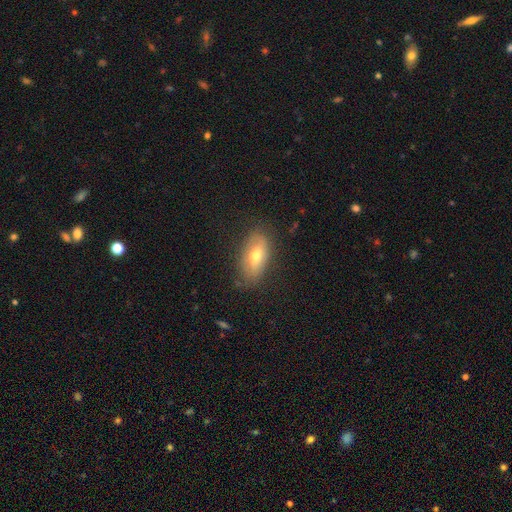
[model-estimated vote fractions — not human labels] smooth_or_featured: smooth (p=0.59) [alt: featured or disk p=0.34]
how_rounded: in between (p=0.88) [alt: cigar-shaped p=0.08]
merging: none (p=0.75) [alt: minor disturbance p=0.19]